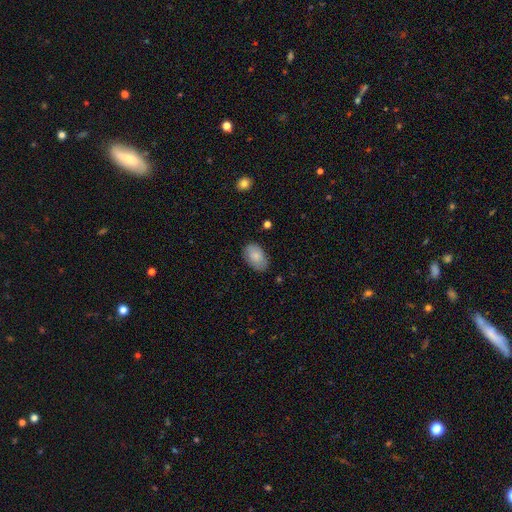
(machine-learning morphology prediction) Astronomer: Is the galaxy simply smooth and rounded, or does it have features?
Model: smooth — 81%.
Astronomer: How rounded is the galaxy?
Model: in between — 91%.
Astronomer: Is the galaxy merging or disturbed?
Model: none — 78%.